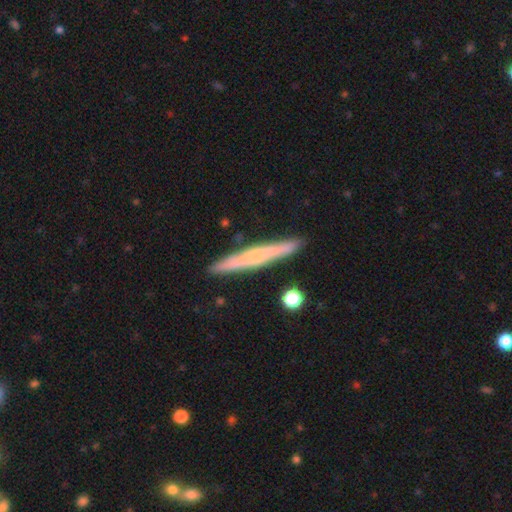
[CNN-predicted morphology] A featured or disk galaxy (52%) viewed edge-on (93%). Merging: none (87%).